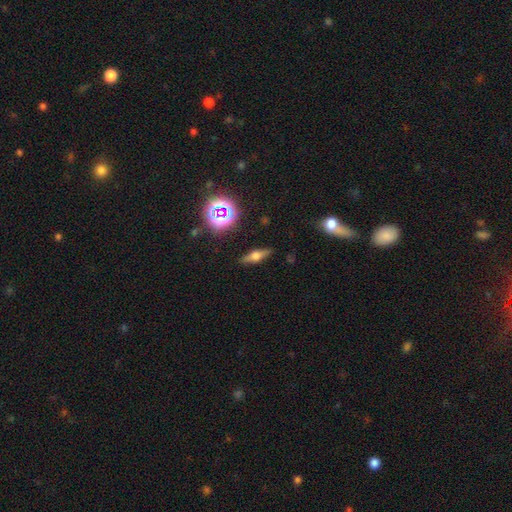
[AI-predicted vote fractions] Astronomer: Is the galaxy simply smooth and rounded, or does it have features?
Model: featured or disk — 50% (runner-up: smooth, 36%).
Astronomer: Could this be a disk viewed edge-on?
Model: yes — 91%.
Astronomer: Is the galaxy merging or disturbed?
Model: none — 87%.